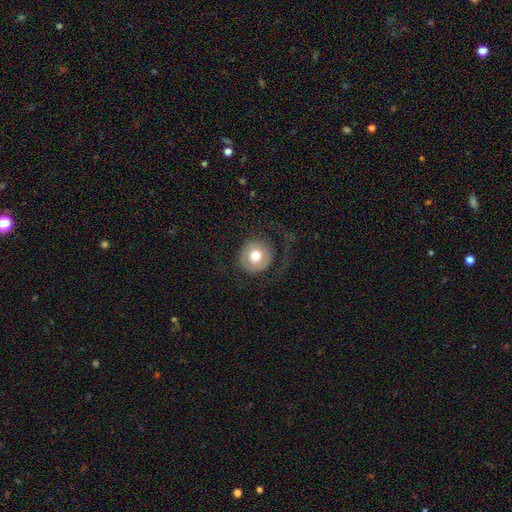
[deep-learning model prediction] smooth-or-featured: smooth: 62% | featured or disk: 30% | star or artifact: 8%
  how-rounded: round: 91% | in between: 8% | cigar-shaped: 1%
  merging: none: 64% | major disturbance: 23% | minor disturbance: 12% | merger: 1%